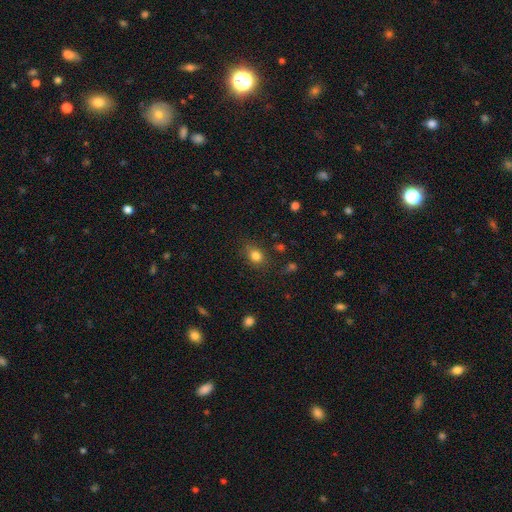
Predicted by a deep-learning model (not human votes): Q: Smooth or featured?
A: smooth (81%); runner-up: star or artifact (12%)
Q: How rounded?
A: in between (54%); runner-up: round (45%)
Q: Merging?
A: none (76%); runner-up: minor disturbance (17%)